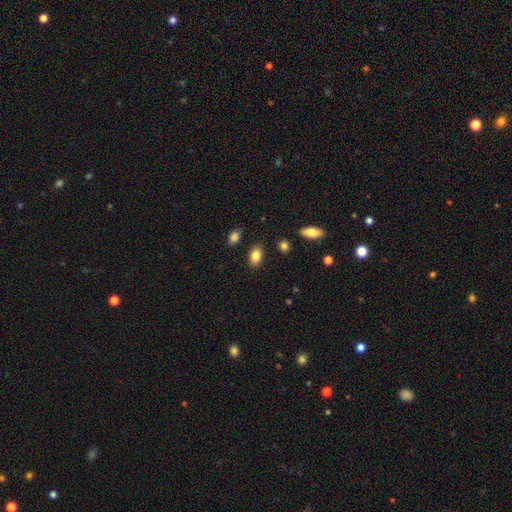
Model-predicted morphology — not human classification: Smooth or featured?
  - smooth: 85% *
  - star or artifact: 8%
  - featured or disk: 7%
How rounded?
  - in between: 89% *
  - round: 9%
  - cigar-shaped: 2%
Merging?
  - none: 86% *
  - minor disturbance: 9%
  - merger: 3%
  - major disturbance: 2%